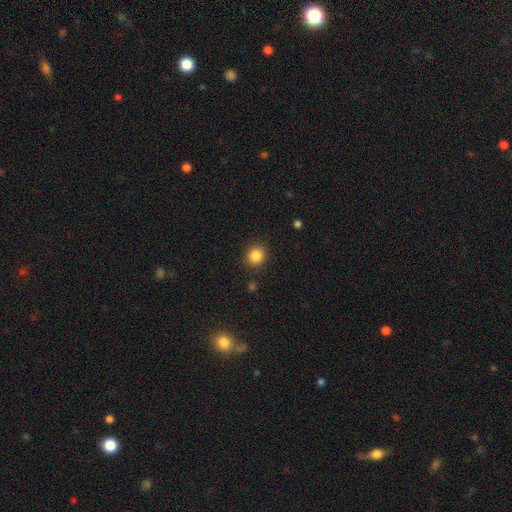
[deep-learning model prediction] This is clearly a smooth galaxy (85%). How rounded: clearly round (87%). Merging: clearly none (89%).